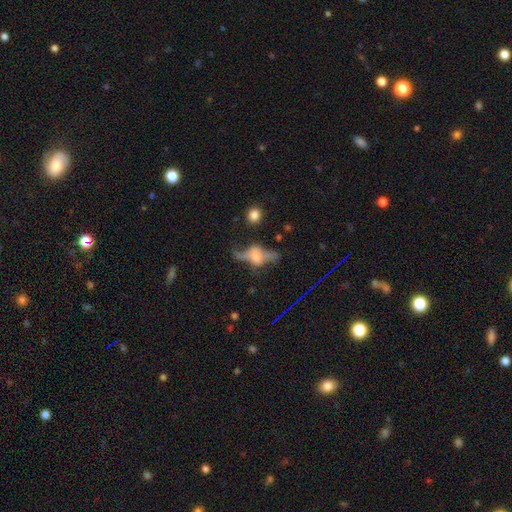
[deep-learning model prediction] A featured or disk galaxy (68%) viewed edge-on (61%). Merging: none (46%).